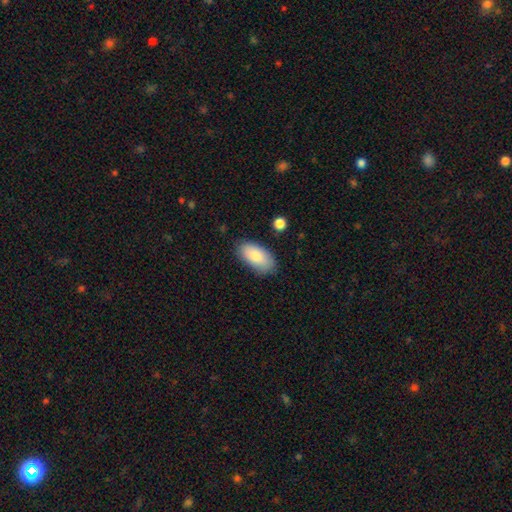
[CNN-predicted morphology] smooth-or-featured: smooth: 85% | featured or disk: 9% | star or artifact: 6%
  how-rounded: in between: 94% | cigar-shaped: 3% | round: 3%
  merging: none: 81% | minor disturbance: 14% | major disturbance: 3% | merger: 2%